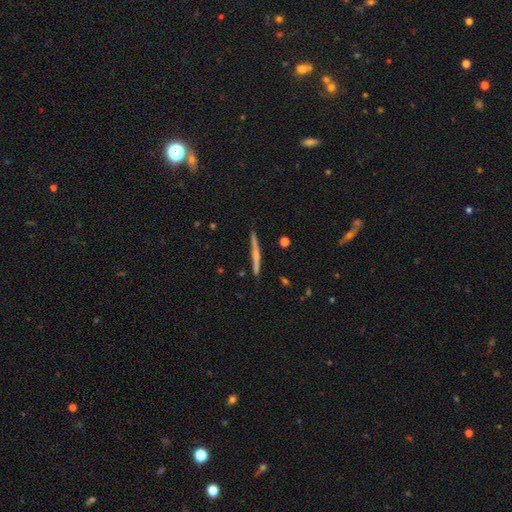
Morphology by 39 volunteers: This appears to be a featured or disk galaxy (69%) viewed edge-on (89%) with no central bulge (62%). Merging: none (78%).